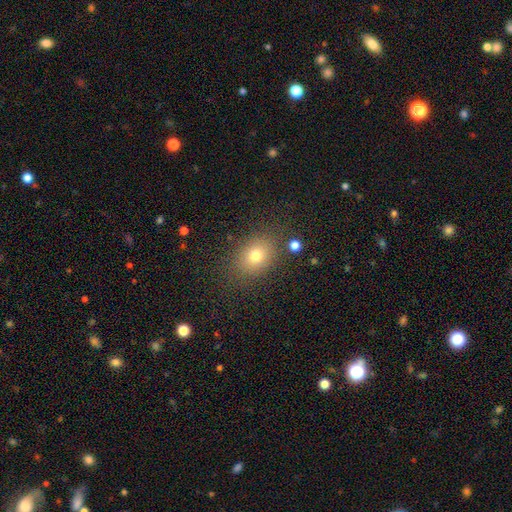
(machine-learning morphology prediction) The model was most divided on "how rounded": in between: 63%, round: 36%, cigar-shaped: 1%. More confident: merging — none (81%); smooth or featured — smooth (76%).